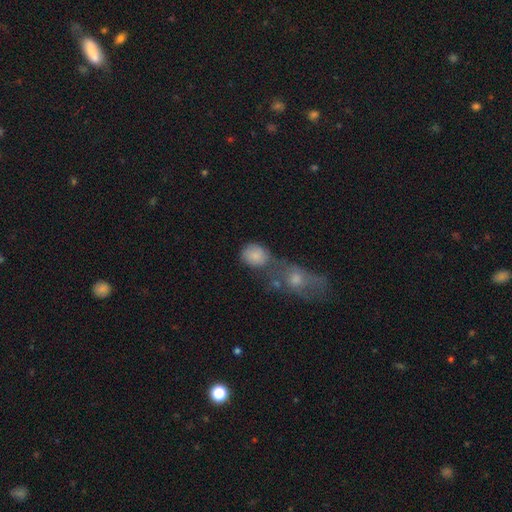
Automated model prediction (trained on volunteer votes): Smooth or featured? smooth (82%)
How rounded? round (57%)
Merging? none (40%)